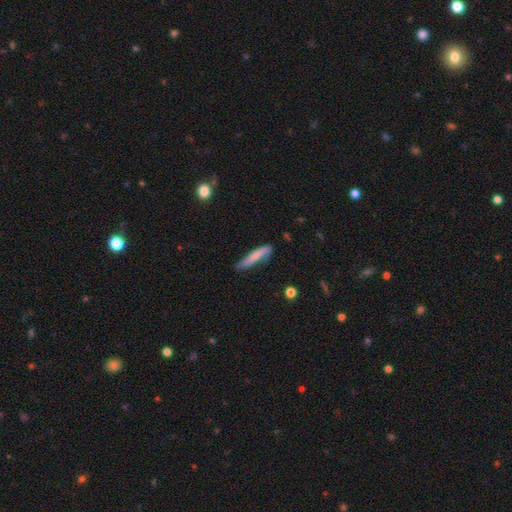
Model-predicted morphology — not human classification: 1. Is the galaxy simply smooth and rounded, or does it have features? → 69% smooth, 25% featured or disk, 6% star or artifact.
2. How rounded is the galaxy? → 89% cigar-shaped, 10% in between, 1% round.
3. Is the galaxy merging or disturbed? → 64% none, 27% minor disturbance, 6% major disturbance, 3% merger.